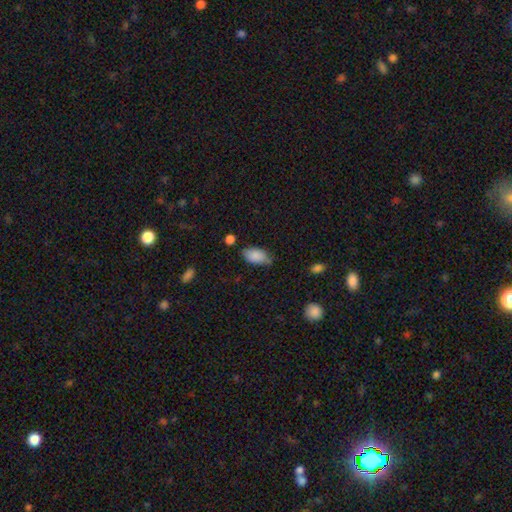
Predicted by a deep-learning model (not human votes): Smooth or featured? smooth (86%)
How rounded? in between (93%)
Merging? none (65%)